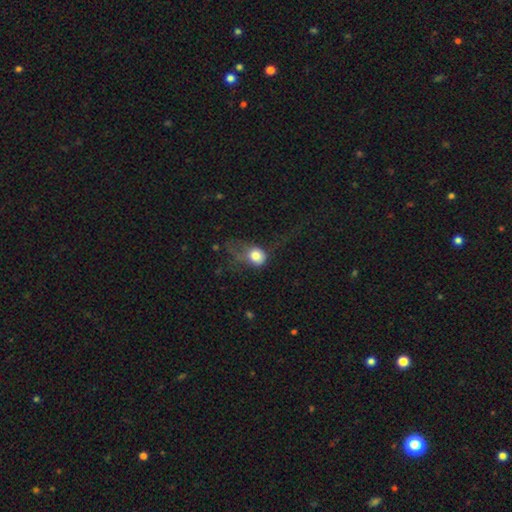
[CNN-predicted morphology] Smooth or featured? smooth (74%)
How rounded? round (58%)
Merging? major disturbance (55%)